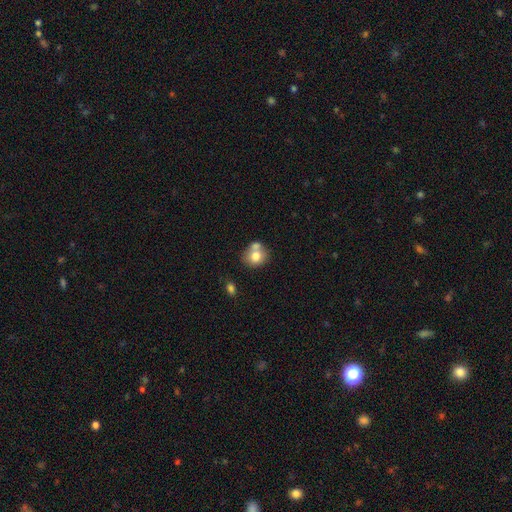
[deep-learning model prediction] Smooth or featured? smooth (74%)
How rounded? round (73%)
Merging? none (45%)